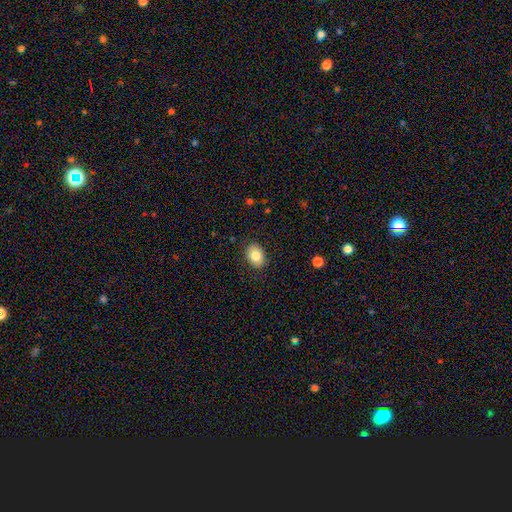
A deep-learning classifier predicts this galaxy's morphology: This is clearly a smooth galaxy (84%). How rounded: likely in between (72%). Merging: clearly none (87%).